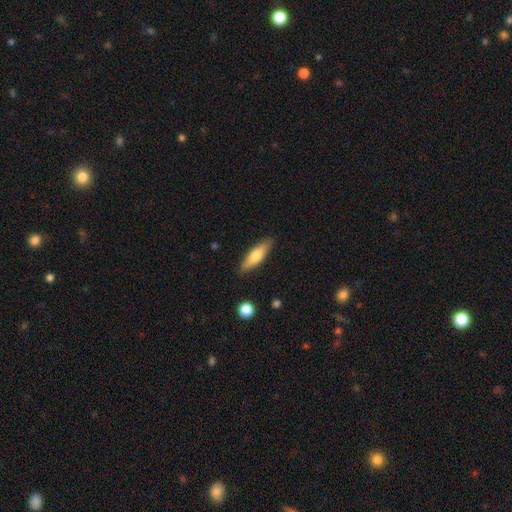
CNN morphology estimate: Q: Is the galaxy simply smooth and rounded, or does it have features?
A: smooth — 63%.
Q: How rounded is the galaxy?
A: cigar-shaped — 61%.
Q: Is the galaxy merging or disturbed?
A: none — 88%.